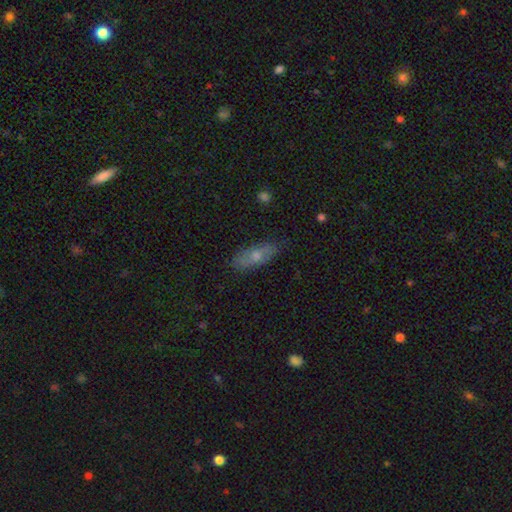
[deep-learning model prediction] A smooth galaxy with no disk features (59%) that is in between round and cigar-shaped (67%). Merging: none (79%).